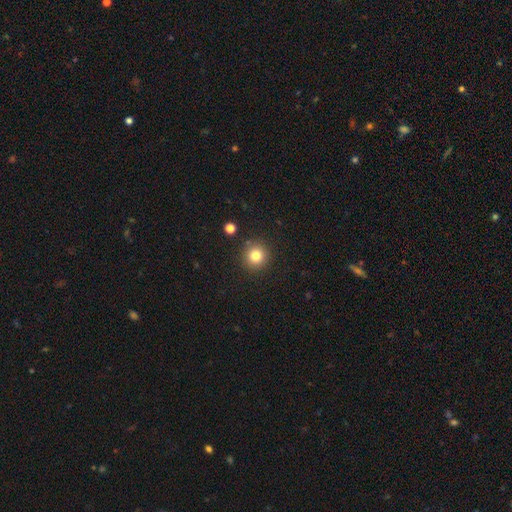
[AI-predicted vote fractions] Overall: smooth (80%). How rounded: round (94%). Merging: none (89%).